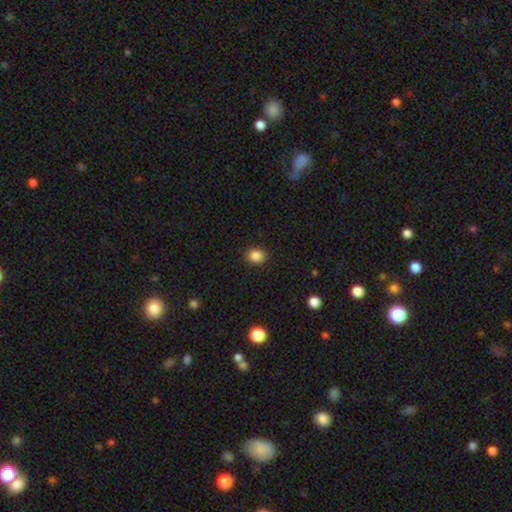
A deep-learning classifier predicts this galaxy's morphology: A smooth galaxy with no disk features (86%) that is round (54%). Merging: none (89%).